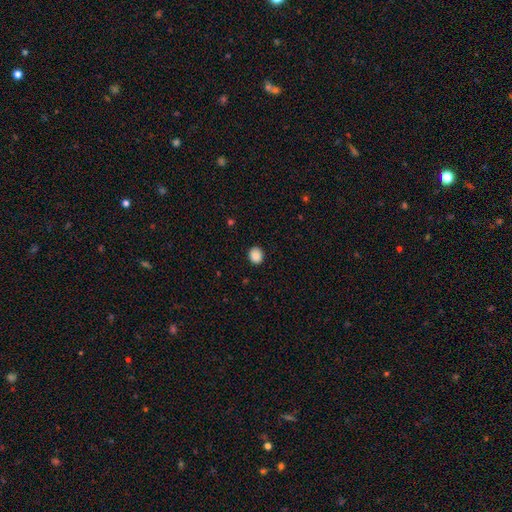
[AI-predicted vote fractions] Smooth or featured? Predicted: smooth (p=0.88). How rounded? Predicted: round (p=0.68). Merging? Predicted: none (p=0.90).